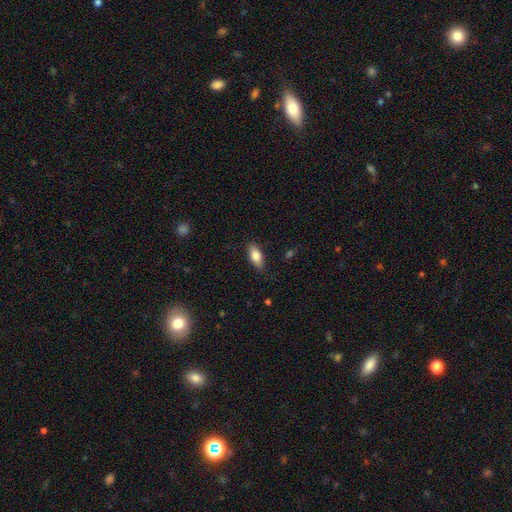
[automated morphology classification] Q: Smooth or featured?
A: smooth (81%); runner-up: featured or disk (12%)
Q: How rounded?
A: in between (85%); runner-up: cigar-shaped (13%)
Q: Merging?
A: none (84%); runner-up: minor disturbance (12%)